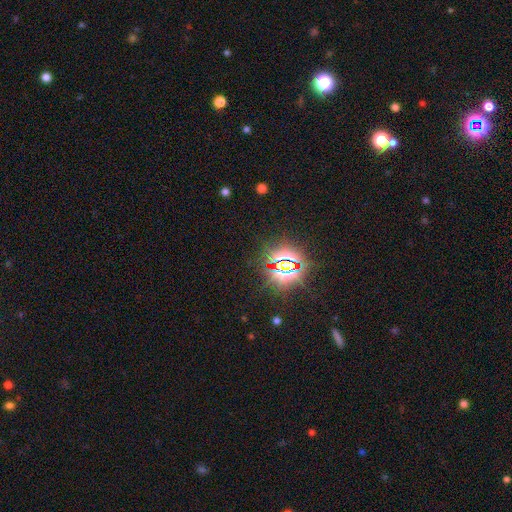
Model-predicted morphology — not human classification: smooth_or_featured: star or artifact (p=0.81) [alt: smooth p=0.13]